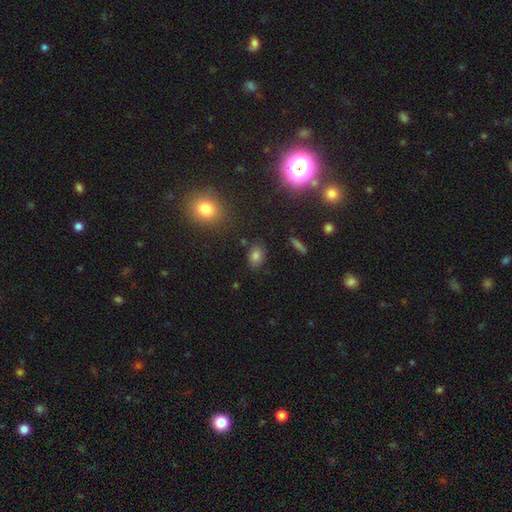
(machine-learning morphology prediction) smooth 77%, star or artifact 15%, featured or disk 8%. Down the decision tree: how rounded — in between (73%); merging — none (82%).